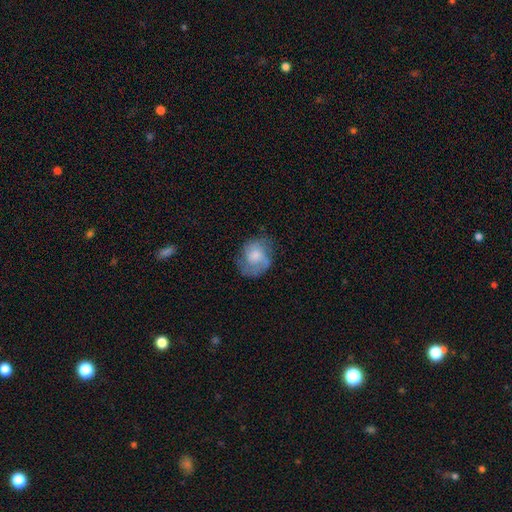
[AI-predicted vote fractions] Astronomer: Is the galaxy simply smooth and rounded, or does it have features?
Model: smooth — 46%, tied with featured or disk at 46%.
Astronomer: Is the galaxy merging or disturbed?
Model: none — 59%.